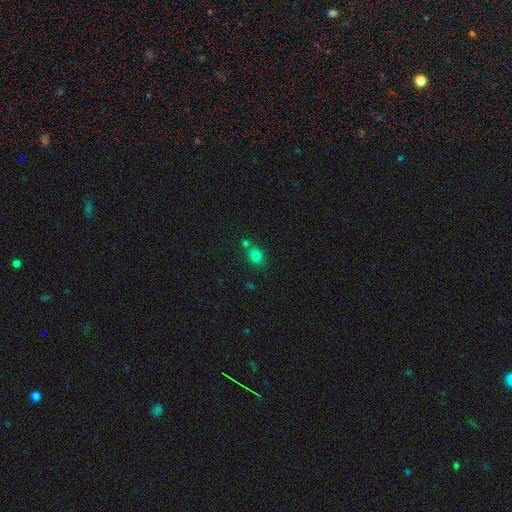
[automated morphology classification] A smooth galaxy with no disk features (78%) that is round (64%).

Vote fractions:
- Smooth or featured? smooth: 78% / star or artifact: 15% / featured or disk: 7%
- How rounded? round: 64% / in between: 35% / cigar-shaped: 1%
- Merging? none: 65% / merger: 22% / minor disturbance: 10% / major disturbance: 3%